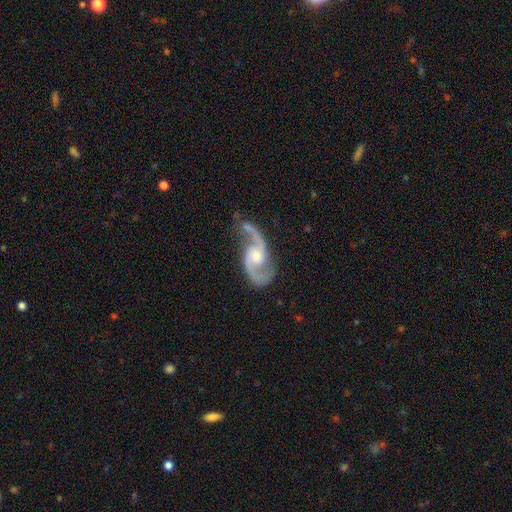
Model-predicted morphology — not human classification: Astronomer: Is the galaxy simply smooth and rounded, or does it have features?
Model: featured or disk — 93%.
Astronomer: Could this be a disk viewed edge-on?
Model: no — 97%.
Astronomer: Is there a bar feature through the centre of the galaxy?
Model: no — 56% (runner-up: weak, 35%).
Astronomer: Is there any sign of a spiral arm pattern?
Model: yes — 98%.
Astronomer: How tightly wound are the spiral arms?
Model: medium — 47% (runner-up: loose, 43%).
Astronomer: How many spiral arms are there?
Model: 2 — 94%.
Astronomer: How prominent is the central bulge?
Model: moderate — 55% (runner-up: small, 34%).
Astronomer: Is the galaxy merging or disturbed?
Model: none — 67%.